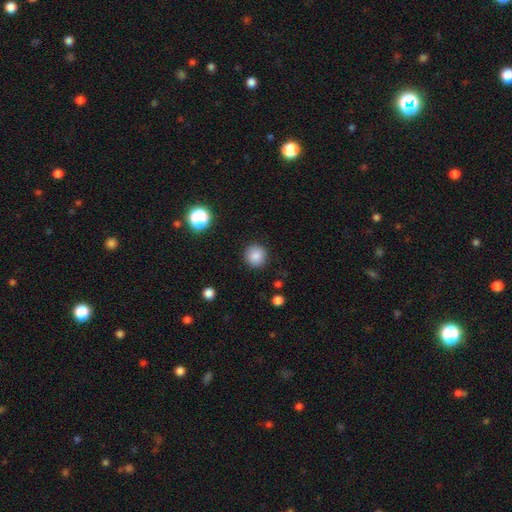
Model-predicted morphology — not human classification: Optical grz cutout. It shows a smooth galaxy with no disk features (85%) that is round (93%). Merging: none (91%).